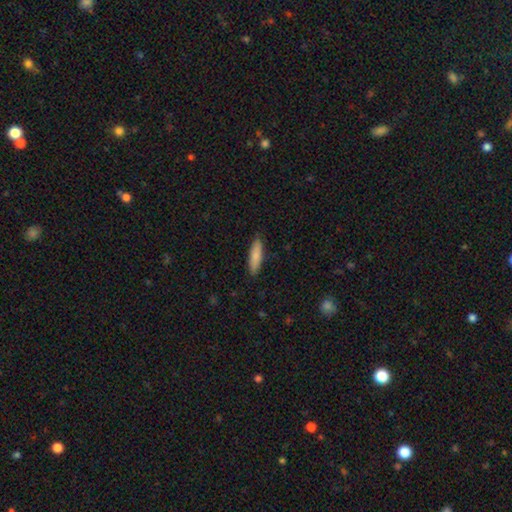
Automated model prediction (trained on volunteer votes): smooth 83%, featured or disk 11%, star or artifact 6%. Down the decision tree: how rounded — cigar-shaped (63%); merging — none (86%).